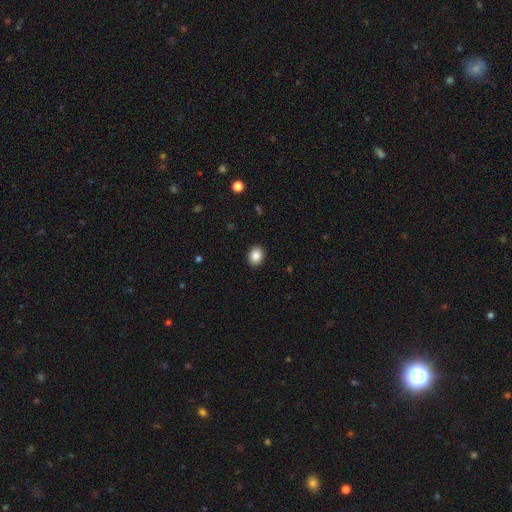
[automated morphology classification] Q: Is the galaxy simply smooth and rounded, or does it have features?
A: smooth — 87%.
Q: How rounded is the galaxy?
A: in between — 52%.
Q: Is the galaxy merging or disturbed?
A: none — 91%.